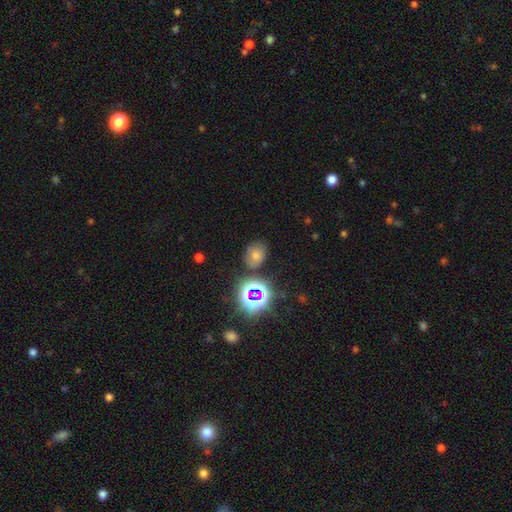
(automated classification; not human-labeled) Morphology: type=smooth (44%); merging=none (78%).